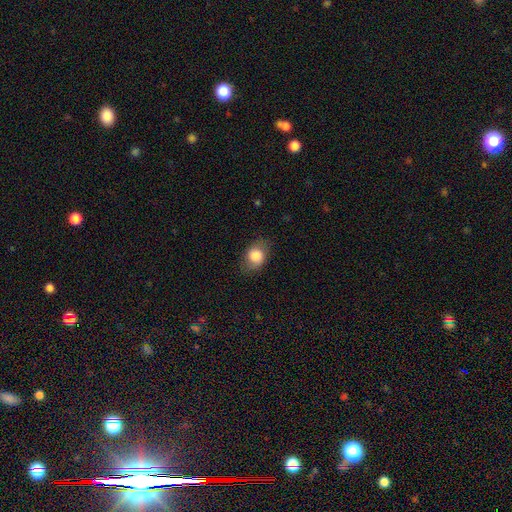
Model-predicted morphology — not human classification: type=smooth (80%); roundness=in between (61%); merging=none (76%).